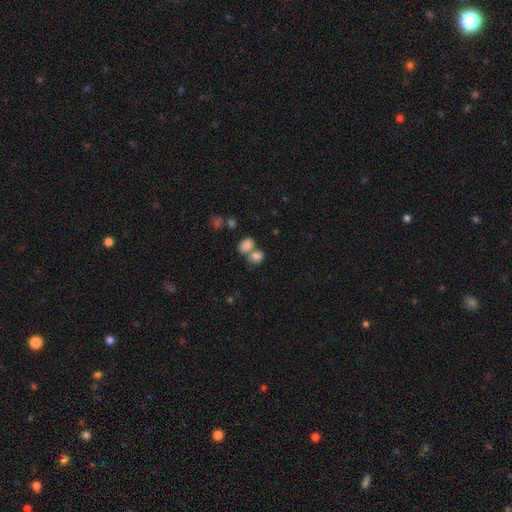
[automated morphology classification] A smooth galaxy with no disk features (82%) that is in between round and cigar-shaped (53%).

Vote fractions:
- Smooth or featured? smooth: 82% / star or artifact: 10% / featured or disk: 8%
- How rounded? in between: 53% / round: 46% / cigar-shaped: 1%
- Merging? merger: 49% / none: 38% / minor disturbance: 9% / major disturbance: 4%